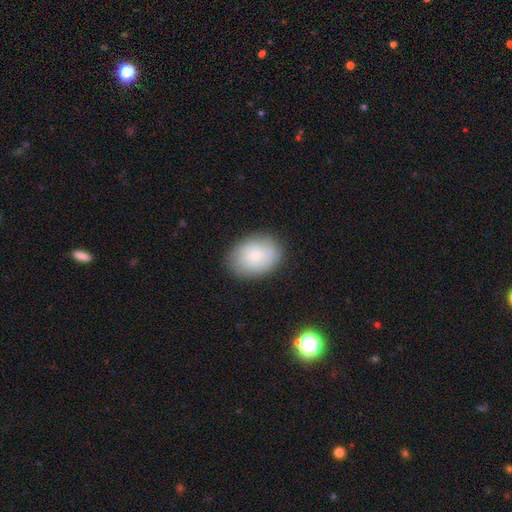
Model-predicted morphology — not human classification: The model was most divided on "how rounded": in between: 73%, round: 26%, cigar-shaped: 1%. More confident: merging — none (84%); smooth or featured — smooth (70%).